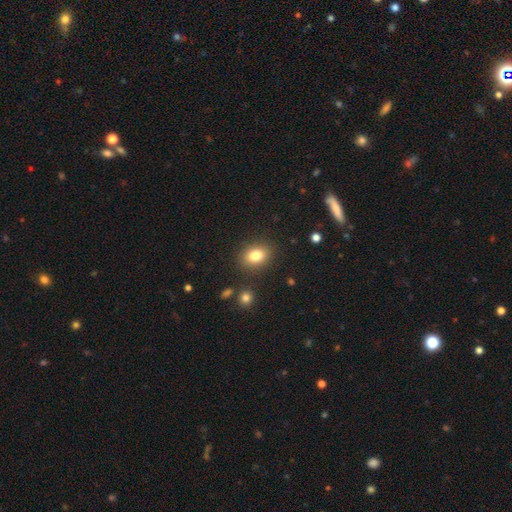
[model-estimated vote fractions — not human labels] smooth-or-featured: smooth: 81% | star or artifact: 10% | featured or disk: 9%
  how-rounded: in between: 66% | round: 33% | cigar-shaped: 1%
  merging: none: 86% | minor disturbance: 9% | major disturbance: 3% | merger: 2%